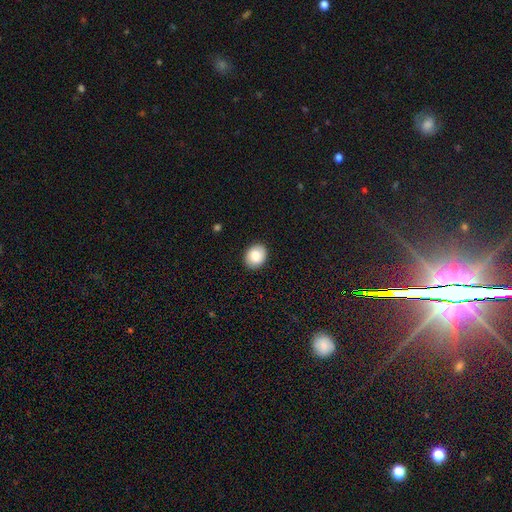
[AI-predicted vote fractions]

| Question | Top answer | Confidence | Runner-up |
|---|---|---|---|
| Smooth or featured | smooth | 84% | featured or disk (9%) |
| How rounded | round | 51% | in between (48%) |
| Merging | none | 89% | minor disturbance (8%) |